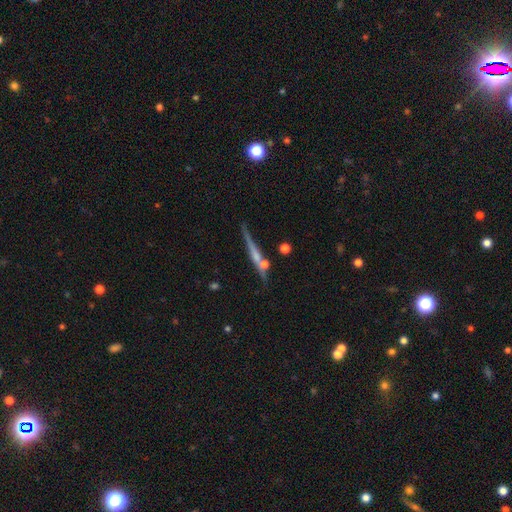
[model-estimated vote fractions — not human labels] This appears to be a featured or disk galaxy (59%) viewed edge-on (91%) with a rounded central bulge (50%). Merging: none (69%).